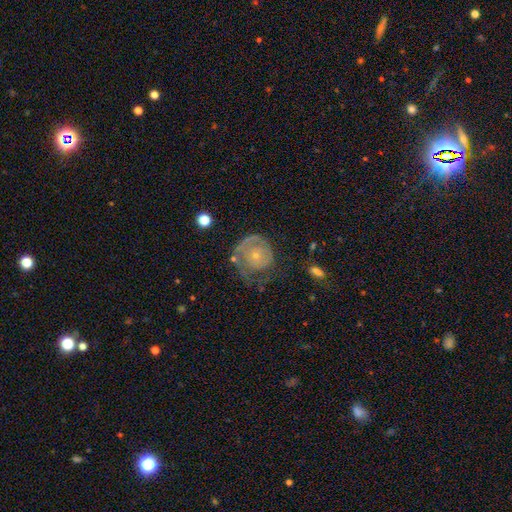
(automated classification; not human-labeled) Smooth or featured? Predicted: featured or disk (p=0.69). Edge-on disk? Predicted: no (p=0.98). Bar? Predicted: no (p=0.84). Spiral arms? Predicted: yes (p=0.75). Bulge size? Predicted: small (p=0.76). Merging? Predicted: none (p=0.45).